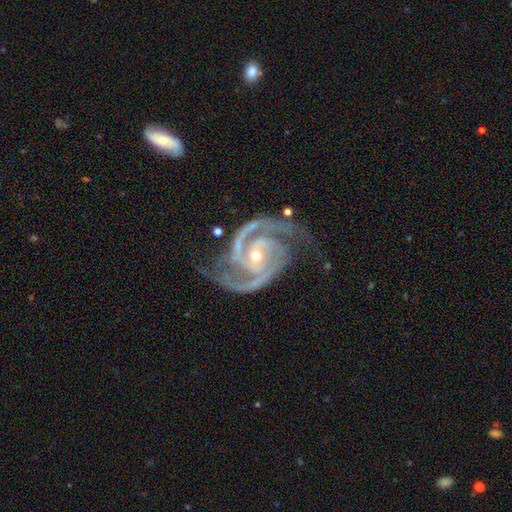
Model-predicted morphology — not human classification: Q: Smooth or featured?
A: featured or disk (94%); runner-up: star or artifact (4%)
Q: Edge-on disk?
A: no (98%); runner-up: yes (2%)
Q: Bar?
A: no (50%); runner-up: weak (30%)
Q: Spiral arms?
A: yes (99%); runner-up: no (1%)
Q: Spiral winding?
A: medium (49%); runner-up: tight (44%)
Q: Spiral arm count?
A: 2 (79%); runner-up: 3 (12%)
Q: Bulge size?
A: moderate (50%); runner-up: small (47%)
Q: Merging?
A: none (69%); runner-up: minor disturbance (20%)